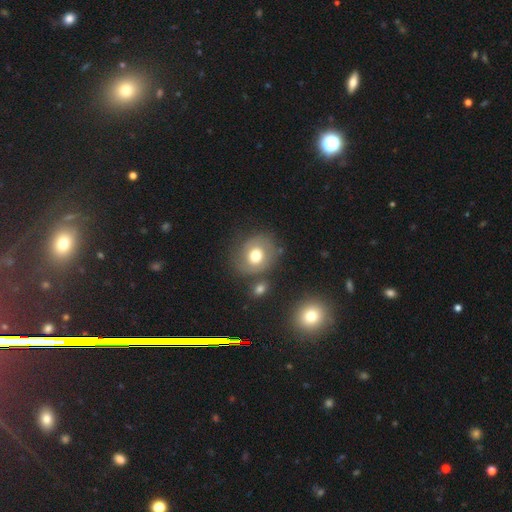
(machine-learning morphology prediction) The model was most divided on "smooth or featured": smooth: 53%, featured or disk: 38%, star or artifact: 9%. More confident: how rounded — round (70%); merging — none (68%).